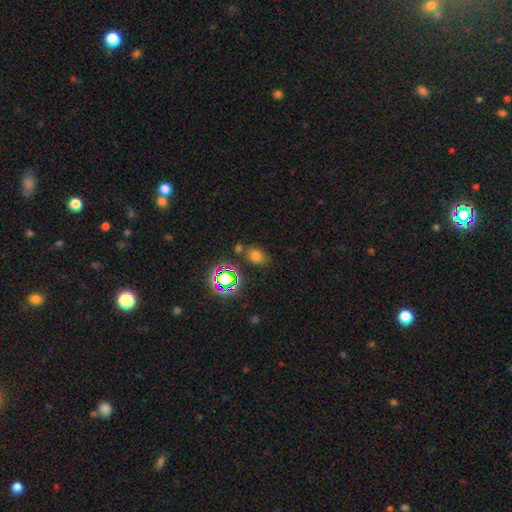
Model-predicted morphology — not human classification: Smooth or featured? smooth (65%)
How rounded? in between (71%)
Merging? none (71%)